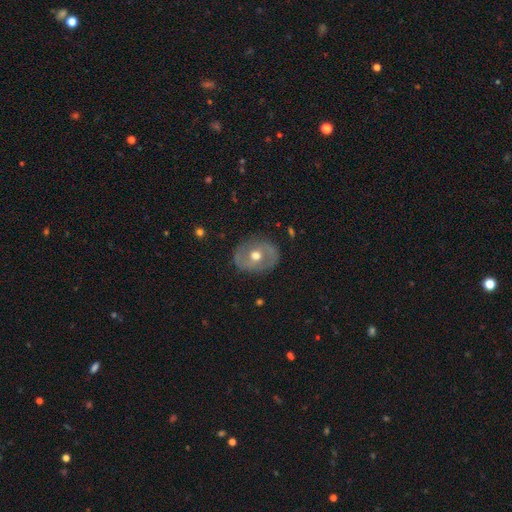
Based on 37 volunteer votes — smooth-or-featured: featured or disk: 76% | smooth: 22% | star or artifact: 3%
  disk-edge-on: no: 93% | yes: 7%
    bar: no: 65% | weak: 19% | strong: 15%
    has-spiral-arms: no: 62% | yes: 38%
    bulge-size: moderate: 85% | large: 8% | dominant: 4% | small: 4% | none: 0%
  merging: none: 86% | minor disturbance: 11% | merger: 3% | major disturbance: 0%